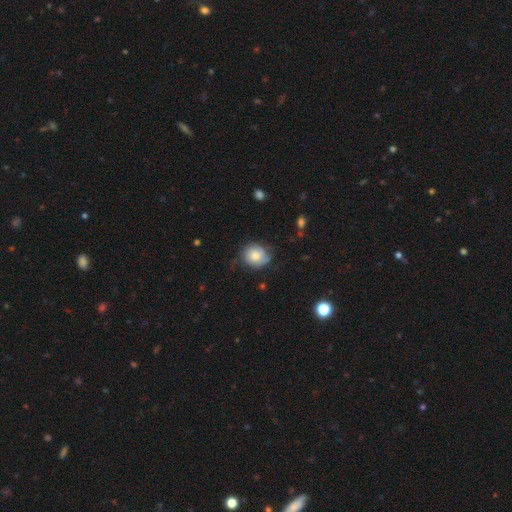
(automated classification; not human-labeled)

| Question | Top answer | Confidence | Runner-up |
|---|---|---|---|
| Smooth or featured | smooth | 58% | featured or disk (34%) |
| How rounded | round | 79% | in between (20%) |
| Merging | none | 64% | minor disturbance (25%) |